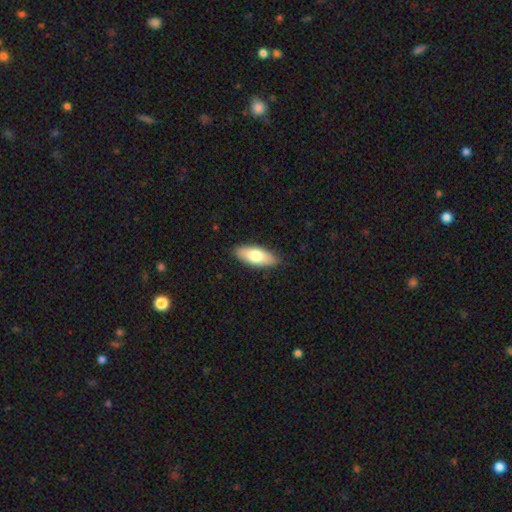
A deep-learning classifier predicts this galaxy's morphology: Smooth or featured?
  - smooth: 74% *
  - featured or disk: 20%
  - star or artifact: 6%
How rounded?
  - in between: 76% *
  - cigar-shaped: 22%
  - round: 2%
Merging?
  - none: 88% *
  - minor disturbance: 9%
  - major disturbance: 2%
  - merger: 1%